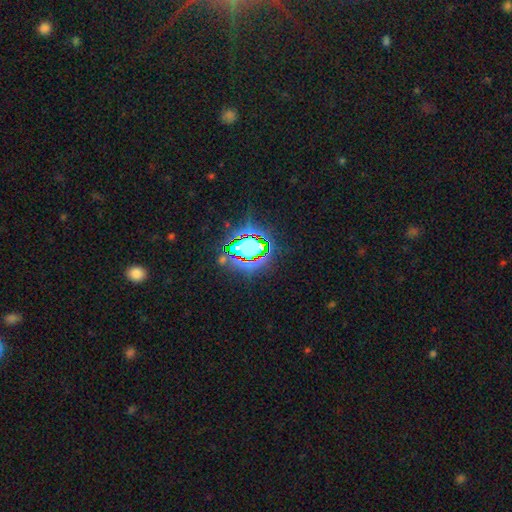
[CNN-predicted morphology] Q: Smooth or featured?
A: star or artifact (80%); runner-up: smooth (12%)